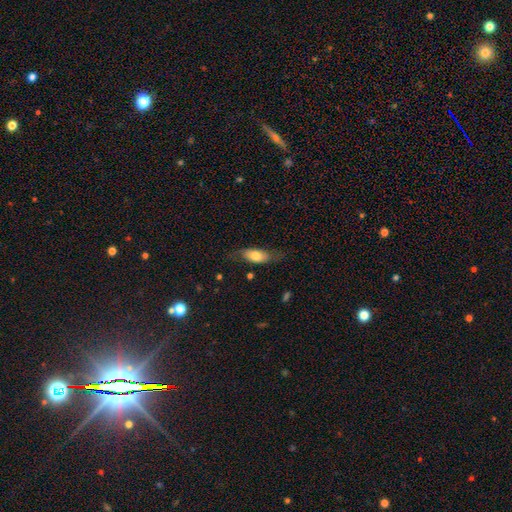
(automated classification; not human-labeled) This appears to be a smooth galaxy with no disk features (66%) that is in between round and cigar-shaped (79%). Merging: none (62%).